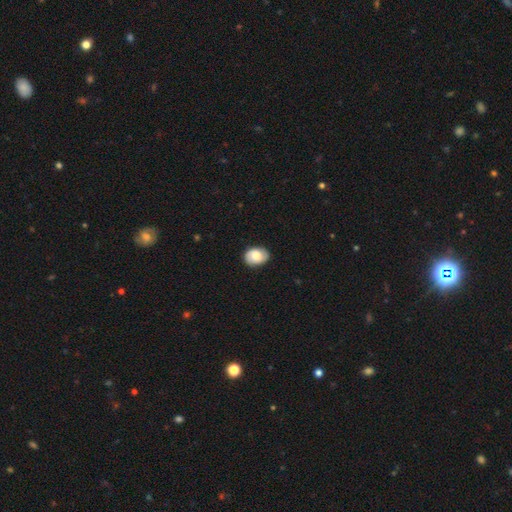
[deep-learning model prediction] smooth-or-featured: smooth: 69% | featured or disk: 24% | star or artifact: 7%
  how-rounded: in between: 68% | round: 31% | cigar-shaped: 1%
  merging: none: 82% | minor disturbance: 14% | major disturbance: 3% | merger: 1%